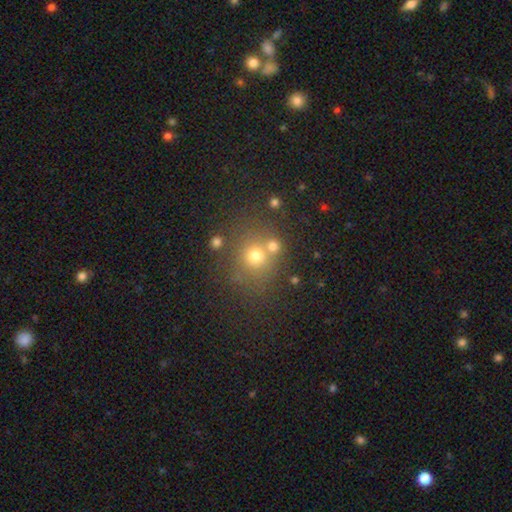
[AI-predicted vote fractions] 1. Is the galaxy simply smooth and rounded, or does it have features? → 68% smooth, 19% star or artifact, 12% featured or disk.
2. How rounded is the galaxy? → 84% round, 15% in between, 1% cigar-shaped.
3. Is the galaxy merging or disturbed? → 65% none, 21% merger, 10% minor disturbance, 5% major disturbance.